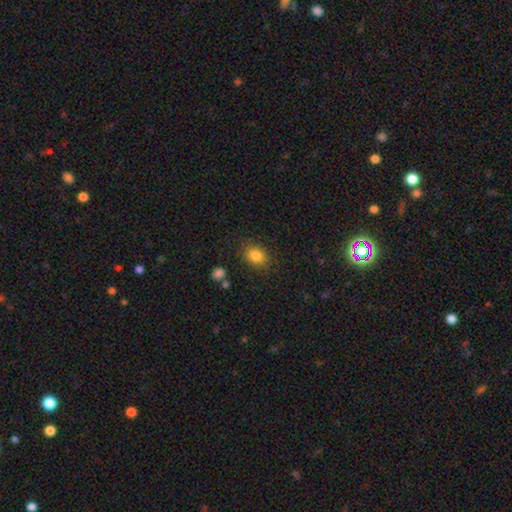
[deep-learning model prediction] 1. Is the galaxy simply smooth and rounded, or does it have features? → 84% smooth, 10% star or artifact, 6% featured or disk.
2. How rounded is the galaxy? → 60% in between, 39% round, 1% cigar-shaped.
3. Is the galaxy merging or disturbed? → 83% none, 11% minor disturbance, 4% major disturbance, 2% merger.